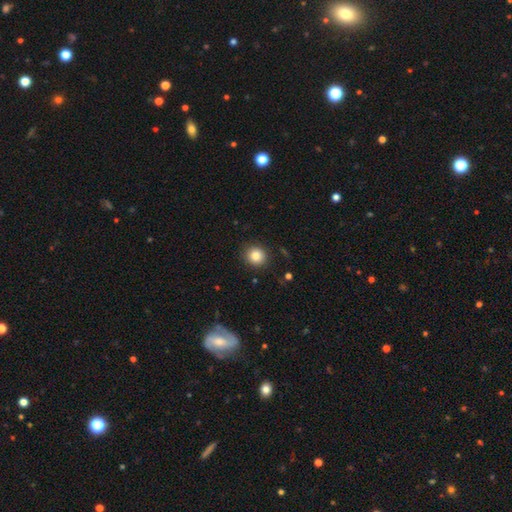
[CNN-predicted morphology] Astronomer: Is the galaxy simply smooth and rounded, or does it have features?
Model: smooth — 84%.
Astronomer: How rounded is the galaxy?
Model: round — 88%.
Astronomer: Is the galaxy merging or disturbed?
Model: none — 89%.